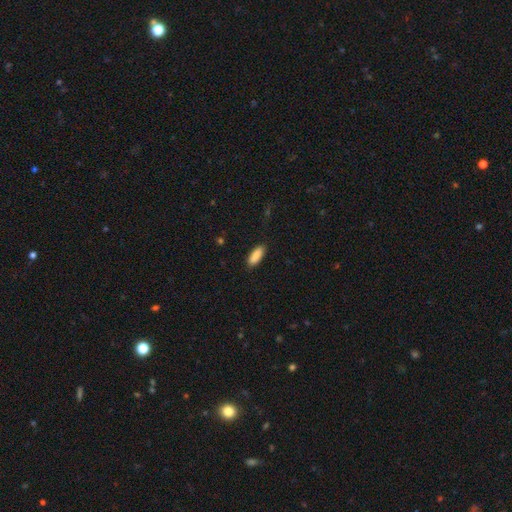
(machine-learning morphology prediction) This is clearly a smooth galaxy (90%). How rounded: likely in between (74%). Merging: clearly none (88%).